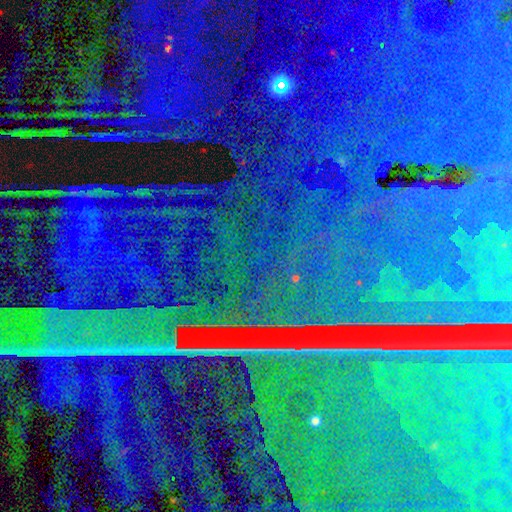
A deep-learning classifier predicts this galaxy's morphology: This is clearly a star or artifact rather than a galaxy (87%).